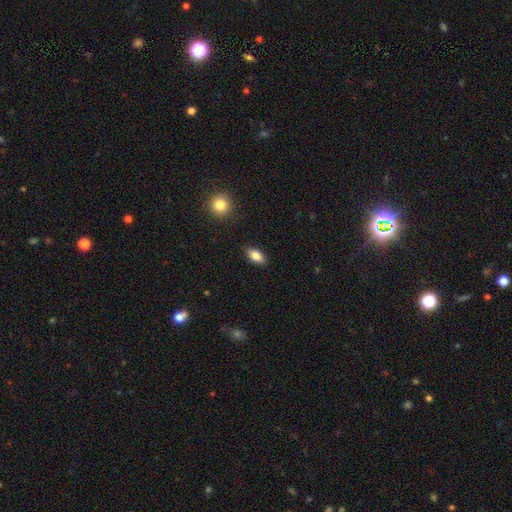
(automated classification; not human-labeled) The model was most divided on "smooth or featured": smooth: 81%, featured or disk: 11%, star or artifact: 8%. More confident: how rounded — in between (88%); merging — none (87%).